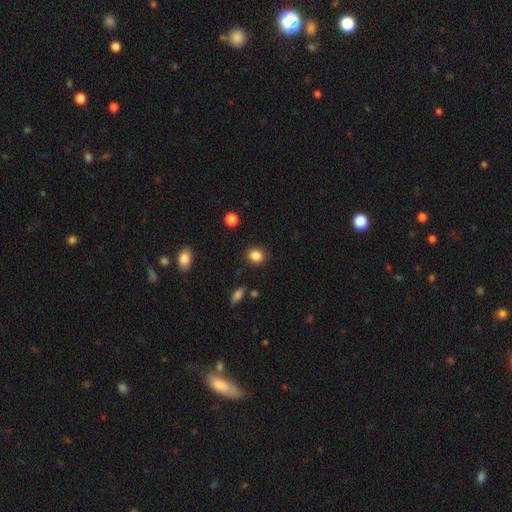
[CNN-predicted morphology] Smooth or featured? Predicted: smooth (p=0.86). How rounded? Predicted: round (p=0.73). Merging? Predicted: none (p=0.89).